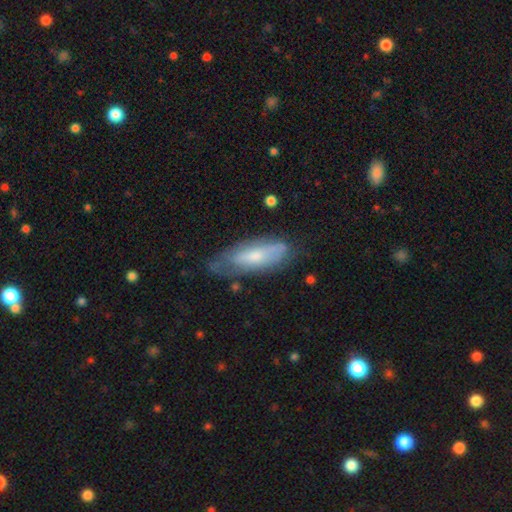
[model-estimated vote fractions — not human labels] smooth 53%, featured or disk 40%, star or artifact 6%. Down the decision tree: how rounded — in between (67%); merging — none (53%).